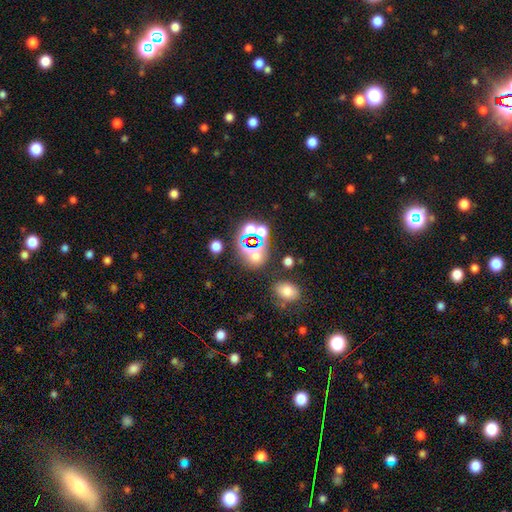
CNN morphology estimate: Q: Smooth or featured?
A: star or artifact (47%); runner-up: smooth (42%)